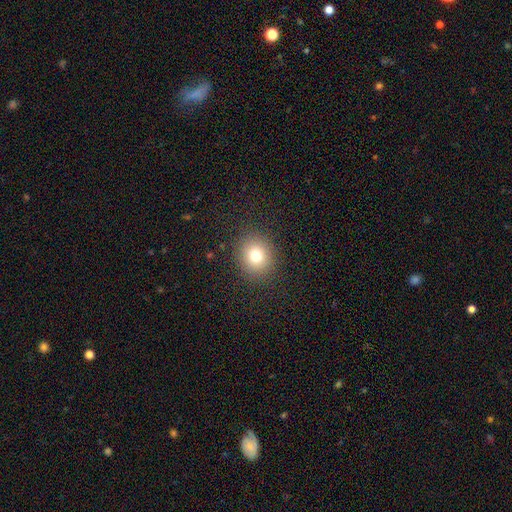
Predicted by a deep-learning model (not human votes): Q: Smooth or featured?
A: smooth (76%); runner-up: star or artifact (14%)
Q: How rounded?
A: round (82%); runner-up: in between (17%)
Q: Merging?
A: none (89%); runner-up: minor disturbance (7%)